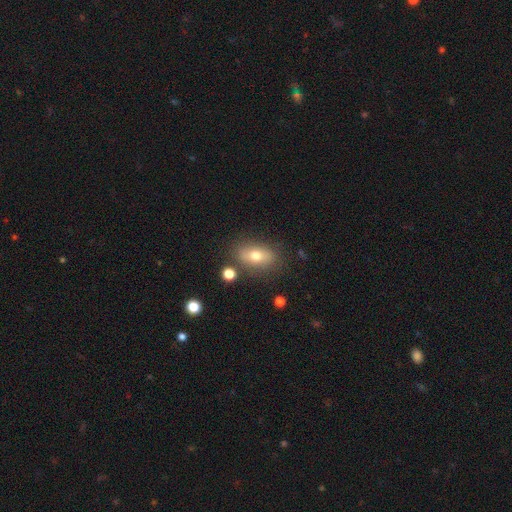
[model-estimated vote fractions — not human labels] smooth-or-featured: smooth: 68% | featured or disk: 23% | star or artifact: 9%
  how-rounded: in between: 82% | round: 12% | cigar-shaped: 6%
  merging: none: 79% | minor disturbance: 13% | merger: 4% | major disturbance: 4%